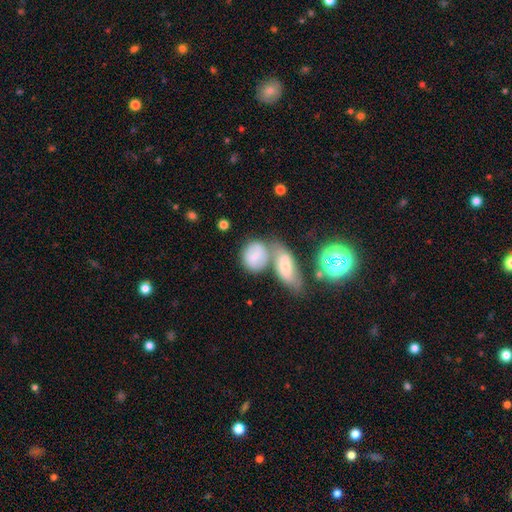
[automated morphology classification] smooth 64%, featured or disk 28%, star or artifact 8%. Down the decision tree: how rounded — round (55%); merging — merger (50%).